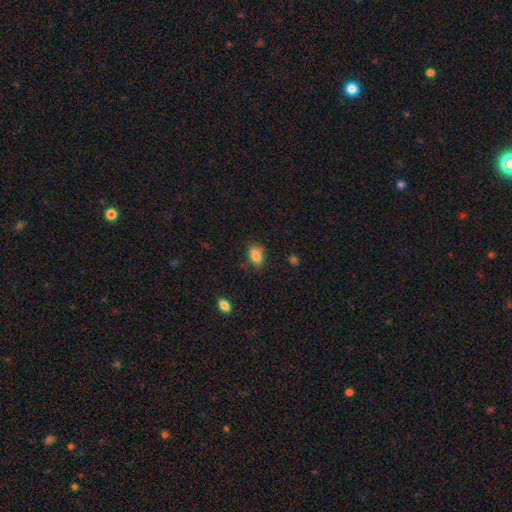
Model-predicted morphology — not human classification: Smooth or featured: smooth — 86% (star or artifact — 9%)
How rounded: in between — 83% (round — 15%)
Merging: none — 74% (minor disturbance — 19%)